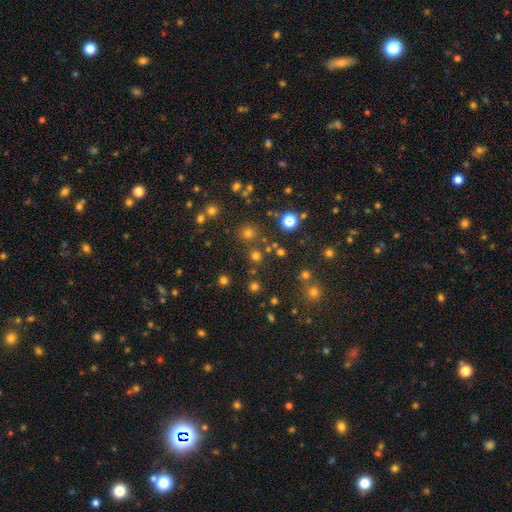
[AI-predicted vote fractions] Overall: smooth (52%; star or artifact 41%). How rounded: round (92%). Merging: none (83%).